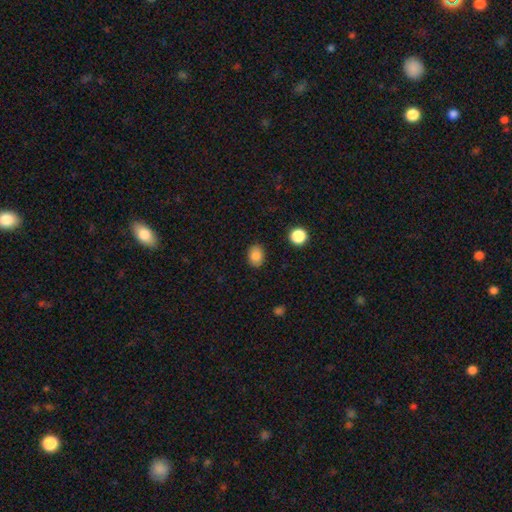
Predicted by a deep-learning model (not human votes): Overall: smooth (85%). How rounded: in between (59%; round 40%). Merging: none (87%).